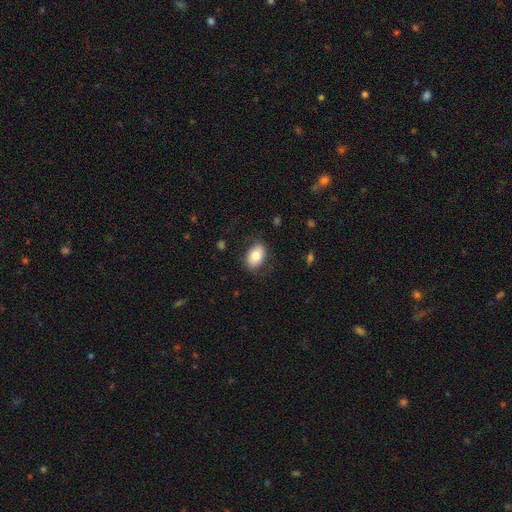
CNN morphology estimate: Smooth or featured? smooth (78%)
How rounded? in between (85%)
Merging? none (77%)